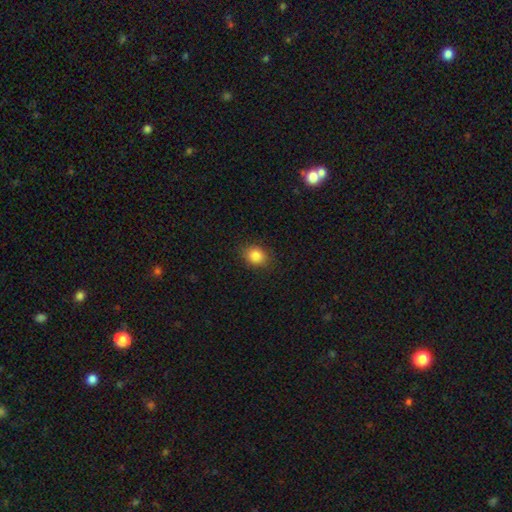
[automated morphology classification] Smooth or featured: smooth — 85% (star or artifact — 10%)
How rounded: round — 58% (in between — 41%)
Merging: none — 87% (minor disturbance — 9%)